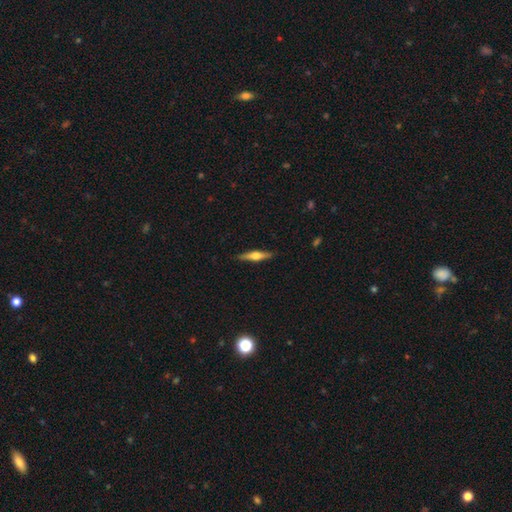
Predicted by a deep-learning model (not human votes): Smooth or featured: featured or disk — 63% (smooth — 31%)
Edge-on disk: yes — 97% (no — 3%)
Edge-on bulge: rounded — 93% (boxy — 4%)
Merging: none — 89% (minor disturbance — 8%)